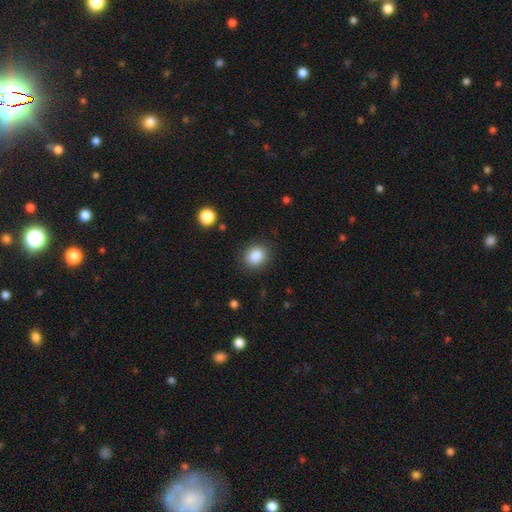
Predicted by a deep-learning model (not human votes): This is clearly a smooth galaxy (87%). How rounded: likely round (65%). Merging: clearly none (86%).